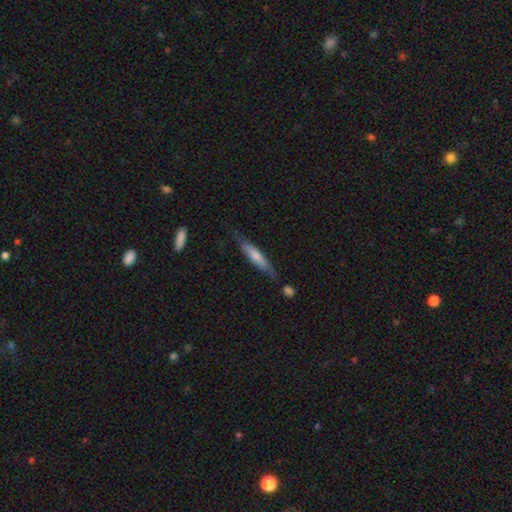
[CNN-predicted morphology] smooth 62%, featured or disk 32%, star or artifact 6%. Down the decision tree: how rounded — cigar-shaped (86%); merging — none (67%).